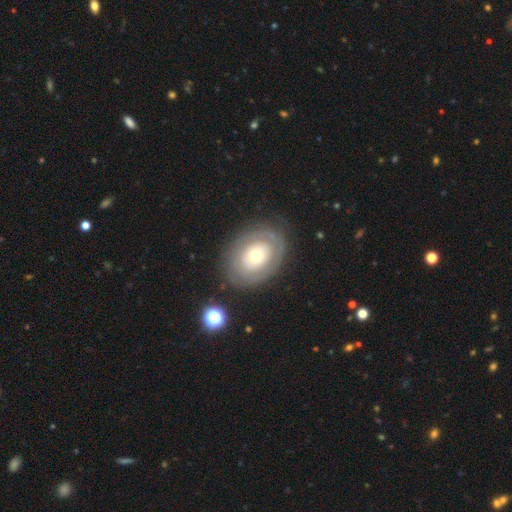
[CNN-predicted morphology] featured or disk 55%, smooth 39%, star or artifact 6%. Down the decision tree: edge-on disk — no (94%); bar — no (91%); spiral arms — no (75%); bulge size — moderate (59%); merging — none (79%).